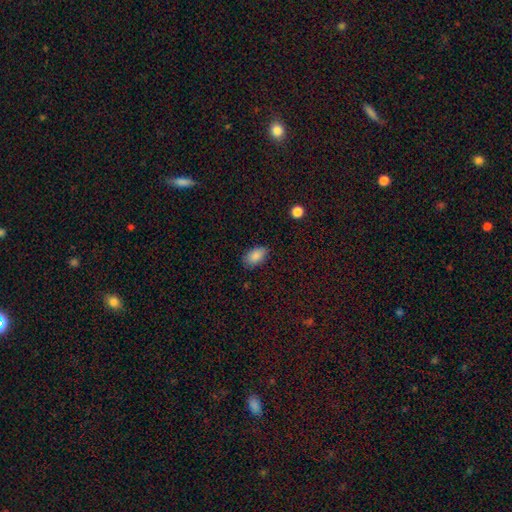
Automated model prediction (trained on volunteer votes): Smooth or featured? smooth (87%)
How rounded? in between (92%)
Merging? none (80%)